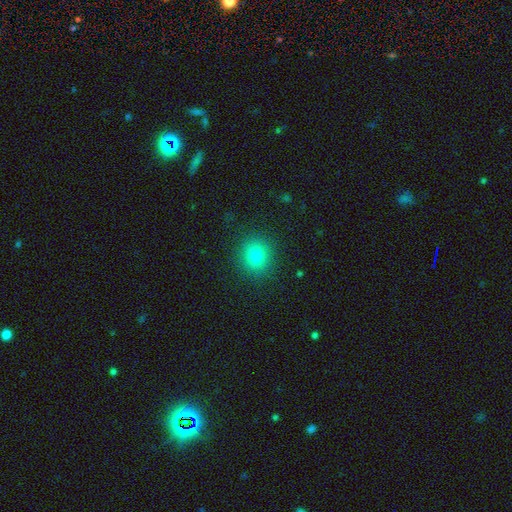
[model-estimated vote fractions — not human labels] The model was most divided on "smooth or featured": smooth: 82%, star or artifact: 13%, featured or disk: 6%. More confident: merging — none (89%); how rounded — round (85%).